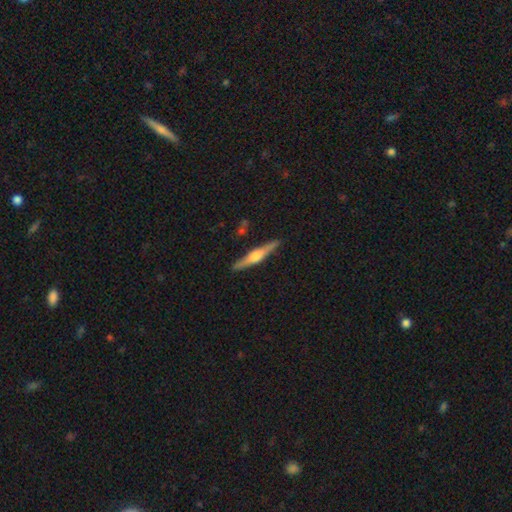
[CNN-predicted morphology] Smooth or featured? featured or disk (69%)
Edge-on disk? yes (98%)
Edge-on bulge? rounded (91%)
Merging? none (90%)